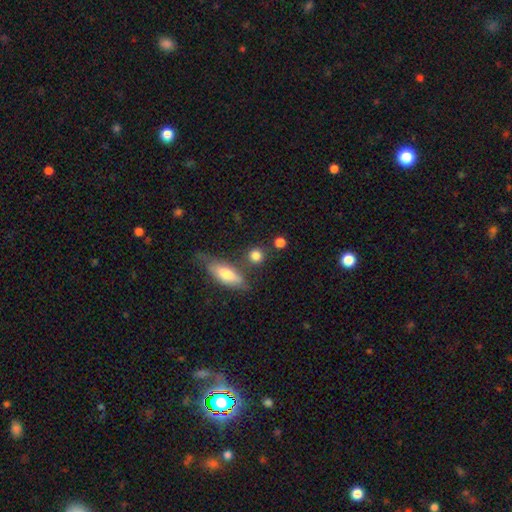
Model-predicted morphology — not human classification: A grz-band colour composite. It shows a smooth galaxy with no disk features (82%) that is round (80%). Merging: none (73%).